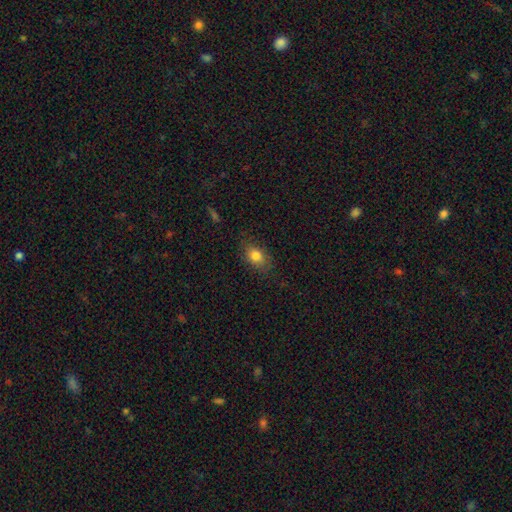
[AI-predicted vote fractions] Smooth or featured?
  - smooth: 81% *
  - star or artifact: 10%
  - featured or disk: 9%
How rounded?
  - in between: 73% *
  - round: 25%
  - cigar-shaped: 2%
Merging?
  - none: 79% *
  - minor disturbance: 15%
  - major disturbance: 4%
  - merger: 1%